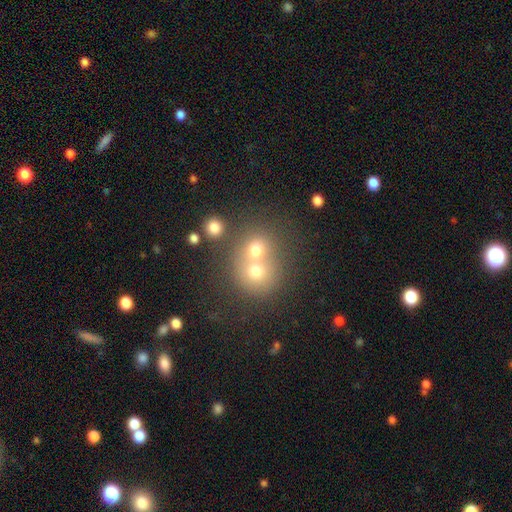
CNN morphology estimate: type=smooth (61%); roundness=round (80%); merging=merger (63%).